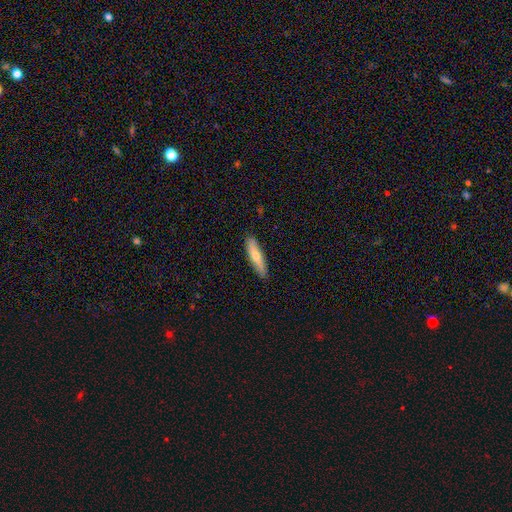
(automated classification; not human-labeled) Overall: smooth (62%; featured or disk 32%). How rounded: cigar-shaped (78%). Merging: none (87%).